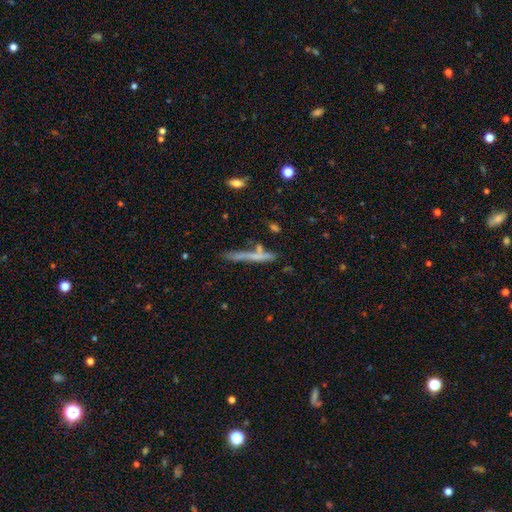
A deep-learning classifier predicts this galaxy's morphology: Smooth or featured? smooth (51%)
How rounded? cigar-shaped (94%)
Merging? none (67%)